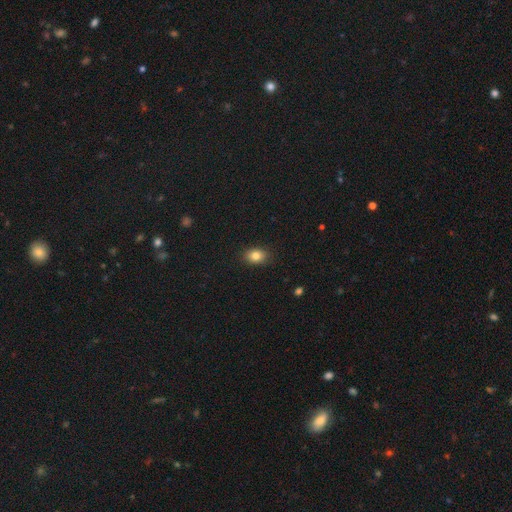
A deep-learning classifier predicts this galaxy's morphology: type=smooth (83%); roundness=in between (71%); merging=none (88%).